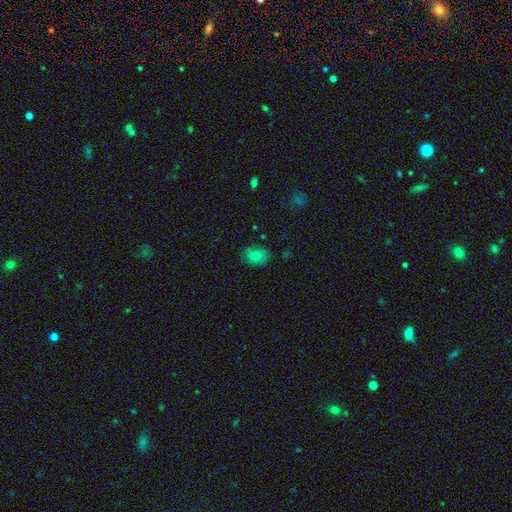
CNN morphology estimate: A smooth galaxy with no disk features (81%) that is in between round and cigar-shaped (60%). Merging: none (81%).